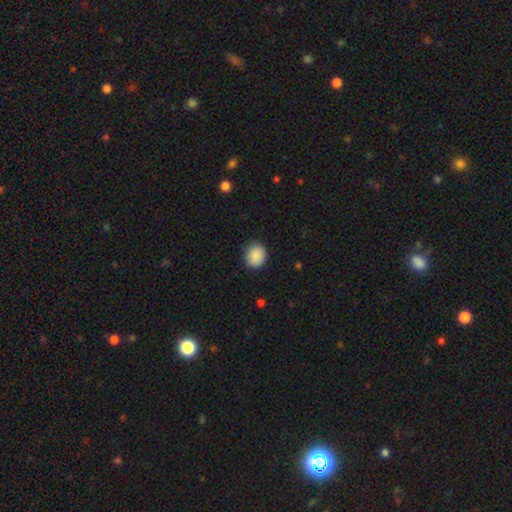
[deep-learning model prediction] This appears to be a smooth galaxy with no disk features (89%) that is round (79%). Merging: none (86%).